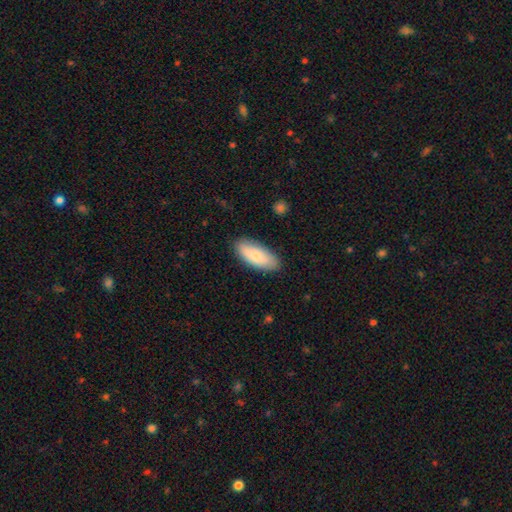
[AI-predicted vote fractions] Morphology: type=smooth (76%); roundness=in between (85%); merging=none (85%).